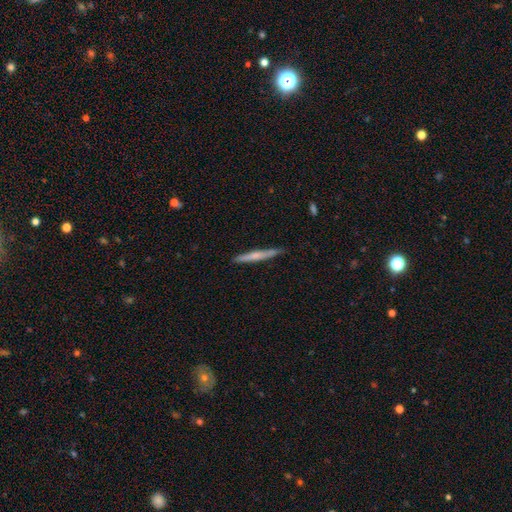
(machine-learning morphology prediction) The model was most divided on "smooth or featured": featured or disk: 48%, smooth: 46%, star or artifact: 6%. More confident: merging — none (88%).